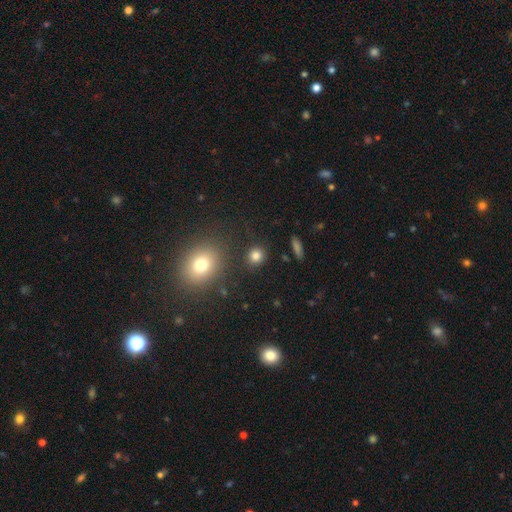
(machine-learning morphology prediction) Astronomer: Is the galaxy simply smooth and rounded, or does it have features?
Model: smooth — 82%.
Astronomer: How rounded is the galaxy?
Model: round — 83%.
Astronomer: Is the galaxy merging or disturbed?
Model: none — 86%.